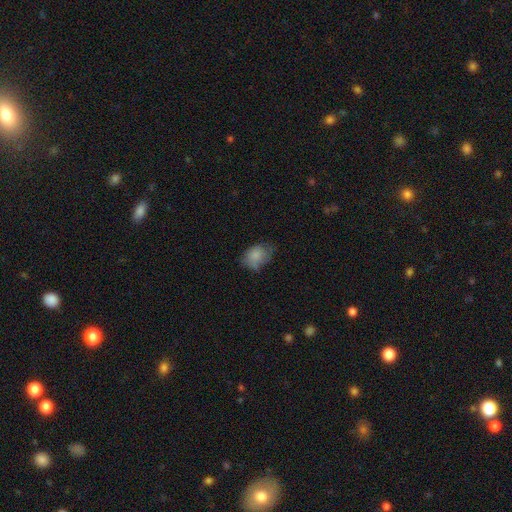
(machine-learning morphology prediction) This appears to be a smooth galaxy with no disk features (78%) that is in between round and cigar-shaped (73%). Merging: none (53%).